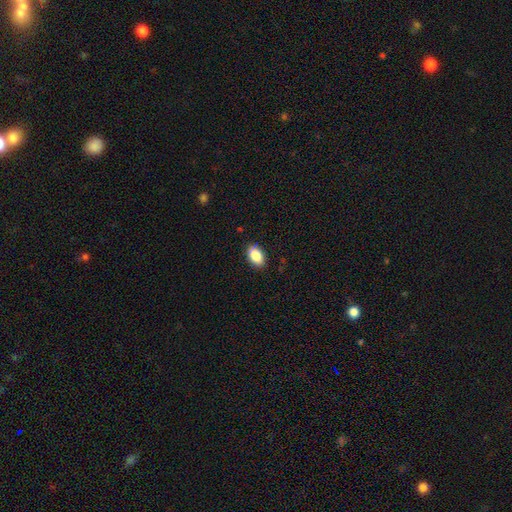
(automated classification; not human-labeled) Smooth or featured? Predicted: smooth (p=0.85). How rounded? Predicted: in between (p=0.90). Merging? Predicted: none (p=0.86).